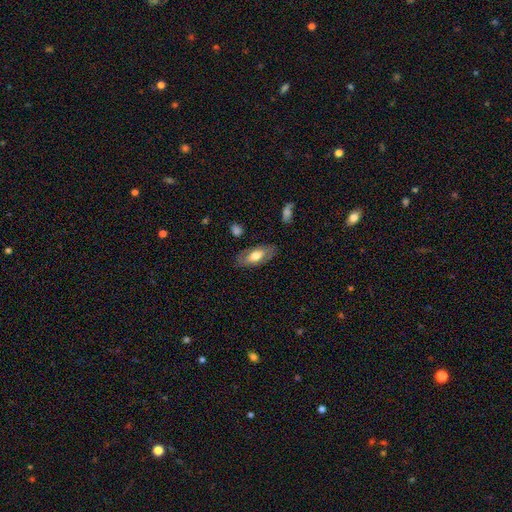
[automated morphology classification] This is possibly a smooth galaxy (58%). How rounded: clearly in between (85%). Merging: clearly none (82%).